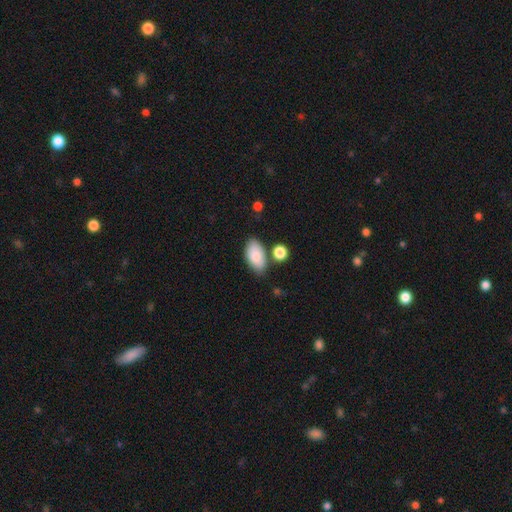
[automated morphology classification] smooth-or-featured: smooth: 83% | featured or disk: 10% | star or artifact: 7%
  how-rounded: in between: 94% | round: 4% | cigar-shaped: 3%
  merging: none: 69% | minor disturbance: 16% | merger: 11% | major disturbance: 4%